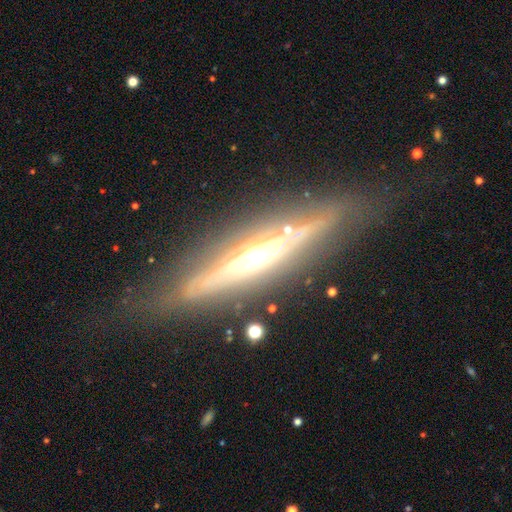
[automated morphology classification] type=featured or disk (79%); edge-on=yes (89%); edge-on bulge=rounded (76%); merging=none (77%).